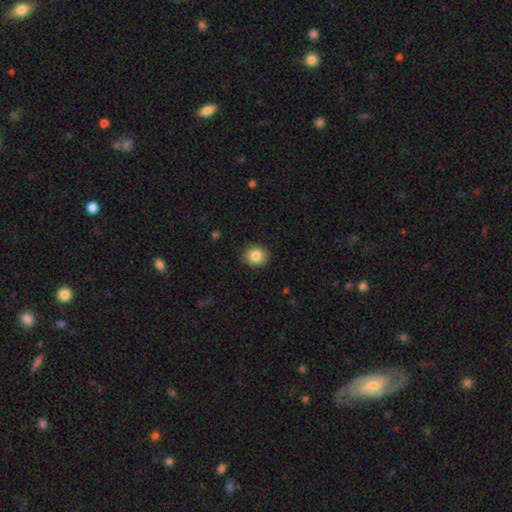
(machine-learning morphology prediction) smooth-or-featured: smooth: 85% | star or artifact: 9% | featured or disk: 6%
  how-rounded: round: 77% | in between: 22% | cigar-shaped: 1%
  merging: none: 89% | minor disturbance: 8% | major disturbance: 2% | merger: 1%